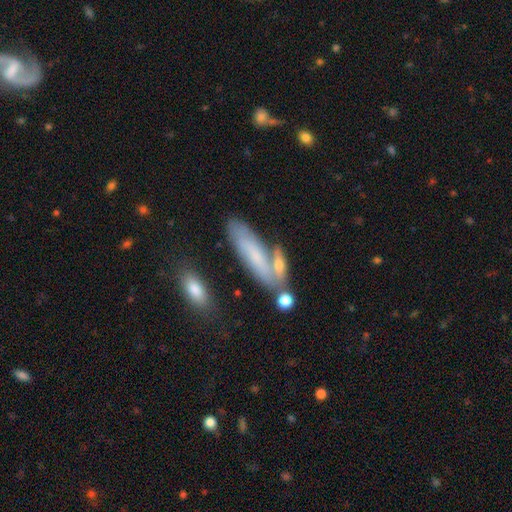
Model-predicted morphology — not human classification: smooth-or-featured: smooth: 52% | featured or disk: 38% | star or artifact: 9%
  how-rounded: cigar-shaped: 57% | in between: 40% | round: 3%
  merging: none: 51% | merger: 22% | minor disturbance: 19% | major disturbance: 8%